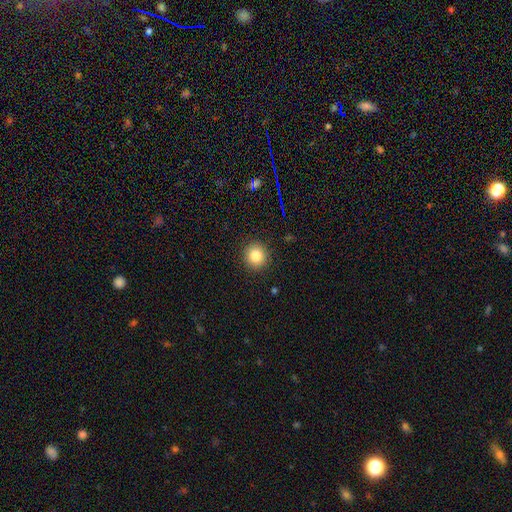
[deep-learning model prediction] smooth-or-featured: smooth: 83% | star or artifact: 11% | featured or disk: 6%
  how-rounded: round: 91% | in between: 8% | cigar-shaped: 1%
  merging: none: 91% | minor disturbance: 6% | major disturbance: 2% | merger: 1%